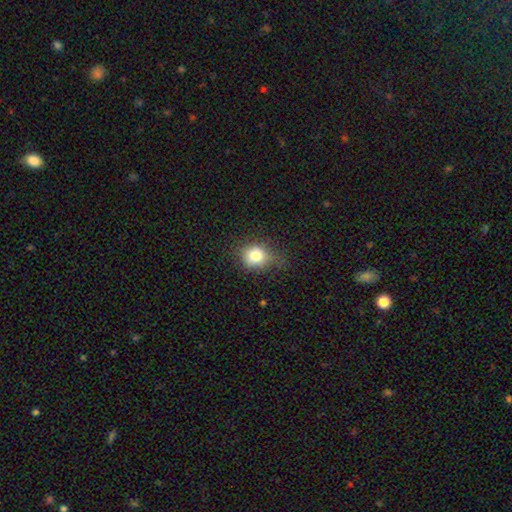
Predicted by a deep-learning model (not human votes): Overall: smooth (80%). How rounded: round (71%). Merging: none (64%; minor disturbance 26%).